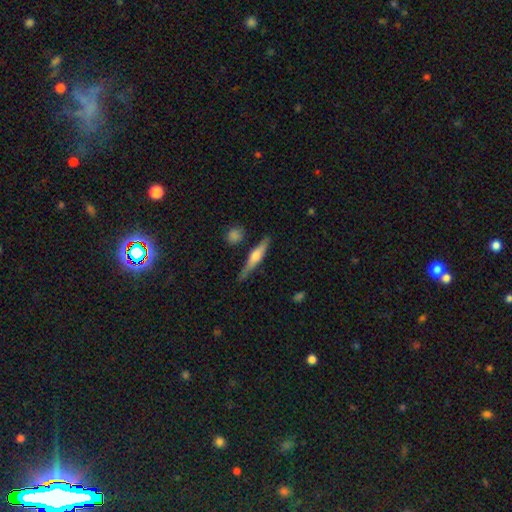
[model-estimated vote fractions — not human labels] The model was most divided on "smooth or featured": featured or disk: 54%, smooth: 39%, star or artifact: 6%. More confident: edge-on disk — yes (96%); merging — none (82%); edge-on bulge — rounded (82%).